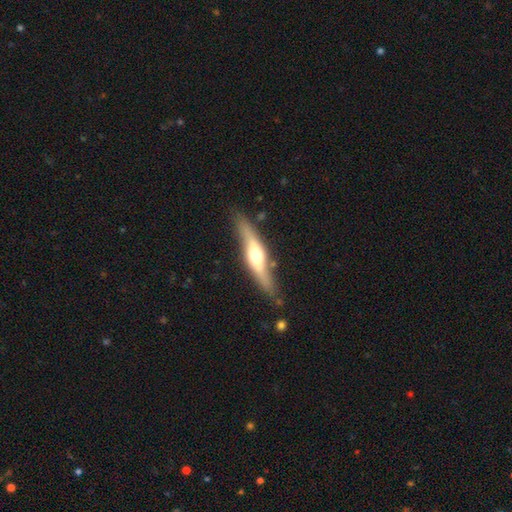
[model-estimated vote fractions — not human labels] Smooth or featured?
  - featured or disk: 63% *
  - smooth: 32%
  - star or artifact: 5%
Edge-on disk?
  - yes: 89% *
  - no: 11%
Edge-on bulge?
  - rounded: 91% *
  - boxy: 5%
  - none: 4%
Merging?
  - none: 81% *
  - minor disturbance: 13%
  - major disturbance: 3%
  - merger: 3%